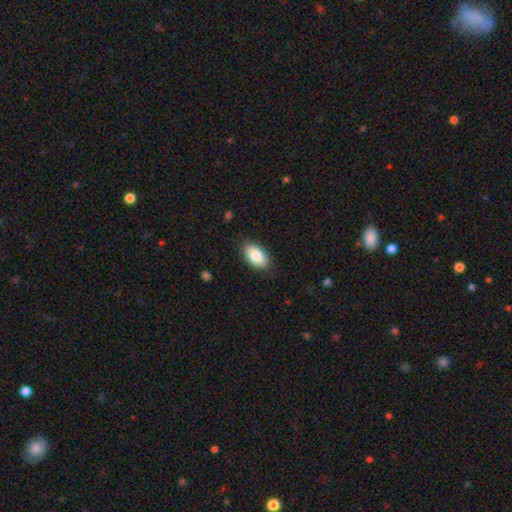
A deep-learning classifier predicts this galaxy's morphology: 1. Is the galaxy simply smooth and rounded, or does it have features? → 84% smooth, 10% featured or disk, 7% star or artifact.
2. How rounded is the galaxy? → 94% in between, 5% round, 2% cigar-shaped.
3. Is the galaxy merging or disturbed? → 85% none, 11% minor disturbance, 2% major disturbance, 1% merger.